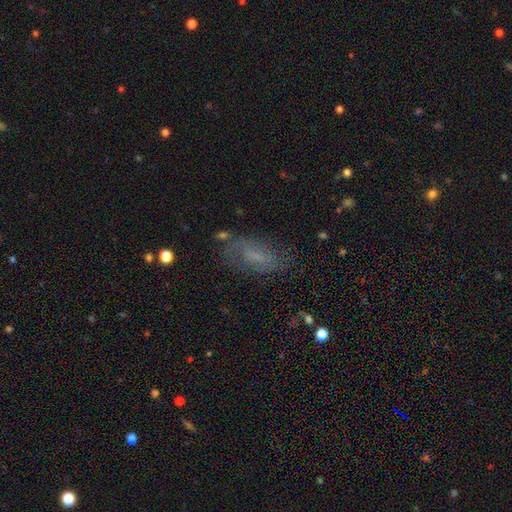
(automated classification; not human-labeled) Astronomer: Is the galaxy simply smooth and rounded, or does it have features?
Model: featured or disk — 41%, tied with smooth at 41%.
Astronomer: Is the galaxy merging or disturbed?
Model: none — 66%.